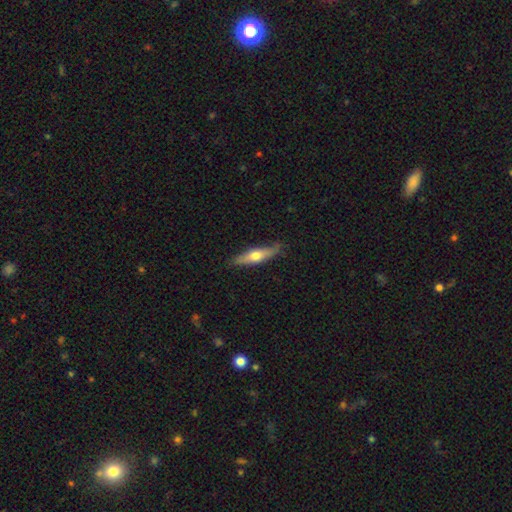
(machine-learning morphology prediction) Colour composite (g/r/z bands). It shows a smooth galaxy with no disk features (51%) that is cigar-shaped (67%). Merging: none (79%).